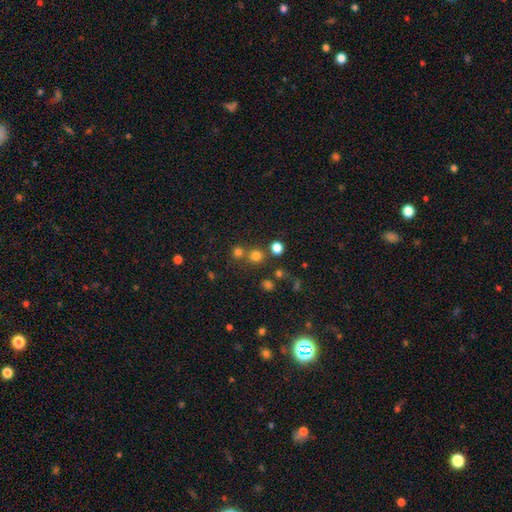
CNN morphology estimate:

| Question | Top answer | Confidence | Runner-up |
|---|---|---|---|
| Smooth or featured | smooth | 73% | star or artifact (20%) |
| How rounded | round | 92% | in between (7%) |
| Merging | none | 68% | merger (22%) |